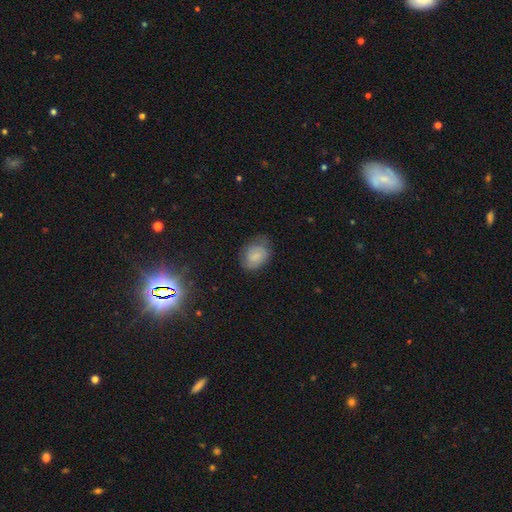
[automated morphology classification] type=smooth (77%); roundness=in between (67%); merging=none (60%).